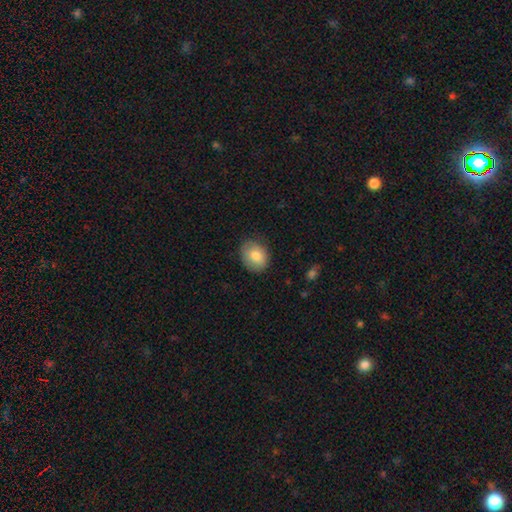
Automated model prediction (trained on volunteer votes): A smooth galaxy with no disk features (80%) that is in between round and cigar-shaped (53%).

Vote fractions:
- Smooth or featured? smooth: 80% / featured or disk: 12% / star or artifact: 7%
- How rounded? in between: 53% / round: 46% / cigar-shaped: 1%
- Merging? none: 81% / minor disturbance: 15% / major disturbance: 3% / merger: 1%